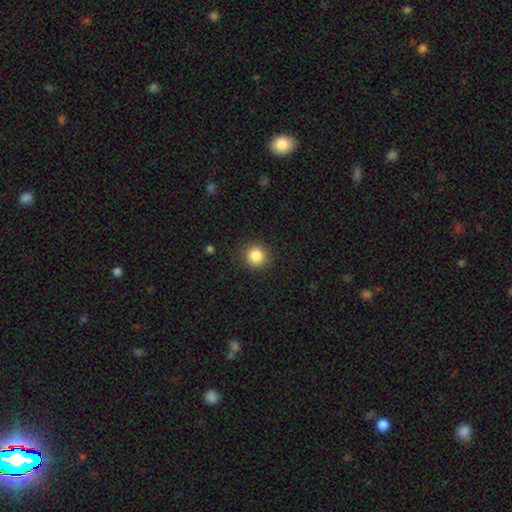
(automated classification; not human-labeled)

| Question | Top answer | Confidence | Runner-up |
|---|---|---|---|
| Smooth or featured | smooth | 85% | star or artifact (10%) |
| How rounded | round | 93% | in between (6%) |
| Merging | none | 90% | minor disturbance (6%) |